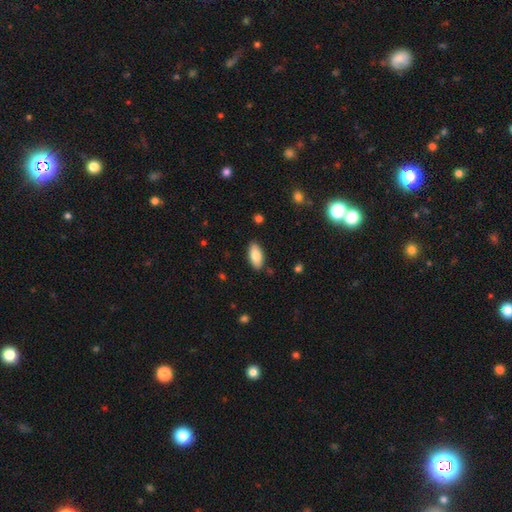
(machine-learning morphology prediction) This is clearly a smooth galaxy (80%). How rounded: clearly in between (90%). Merging: clearly none (88%).